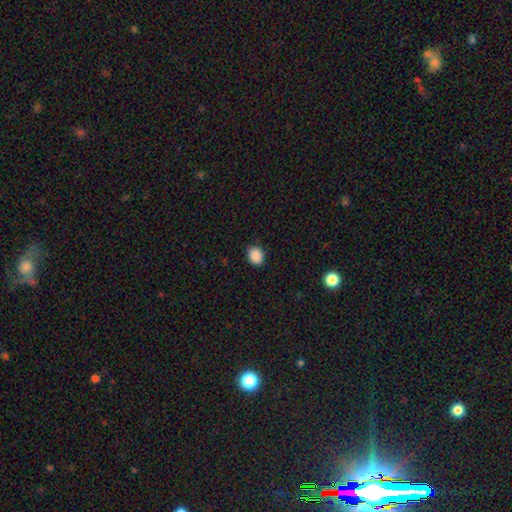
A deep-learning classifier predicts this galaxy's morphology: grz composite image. It shows a smooth galaxy with no disk features (89%) that is round (55%). Merging: none (84%).